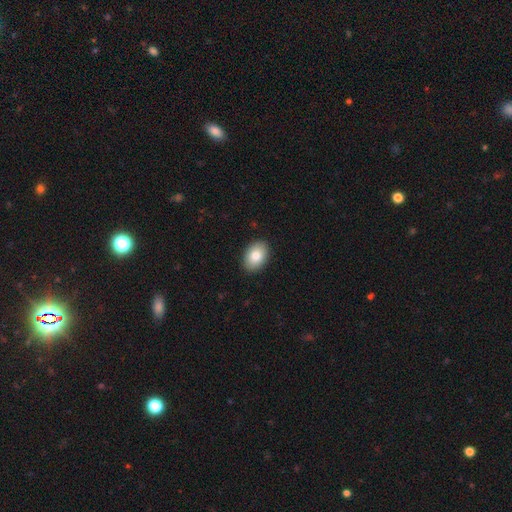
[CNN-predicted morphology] Overall: smooth (83%). How rounded: in between (83%). Merging: none (90%).